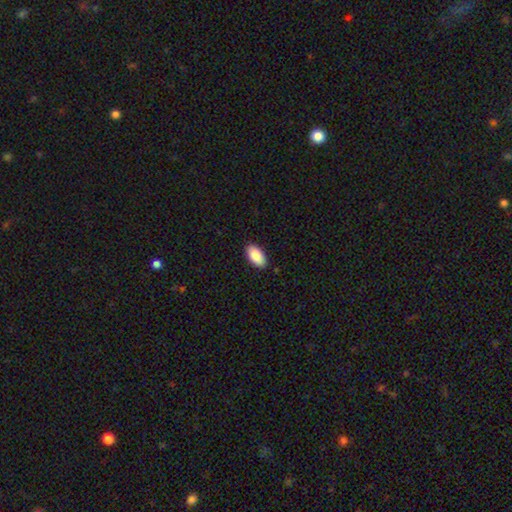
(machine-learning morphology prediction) This appears to be a smooth galaxy with no disk features (91%) that is in between round and cigar-shaped (96%). Merging: none (89%).